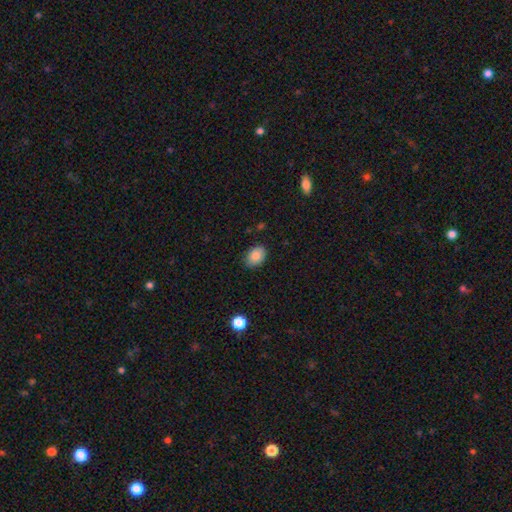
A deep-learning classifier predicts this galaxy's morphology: smooth 83%, featured or disk 8%, star or artifact 8%. Down the decision tree: how rounded — in between (75%); merging — none (85%).